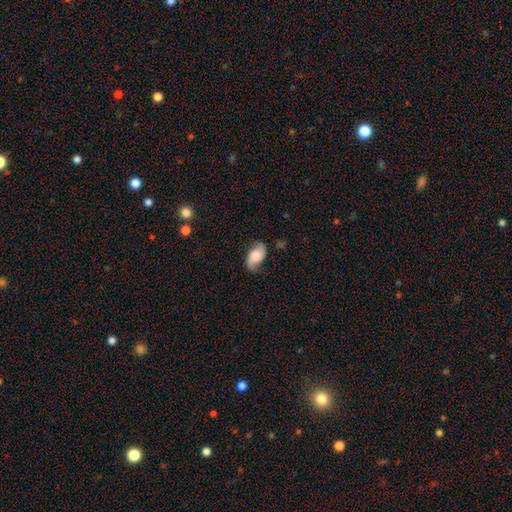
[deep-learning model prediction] smooth-or-featured: smooth: 49% | featured or disk: 42% | star or artifact: 8%
  merging: none: 70% | minor disturbance: 22% | major disturbance: 7% | merger: 2%